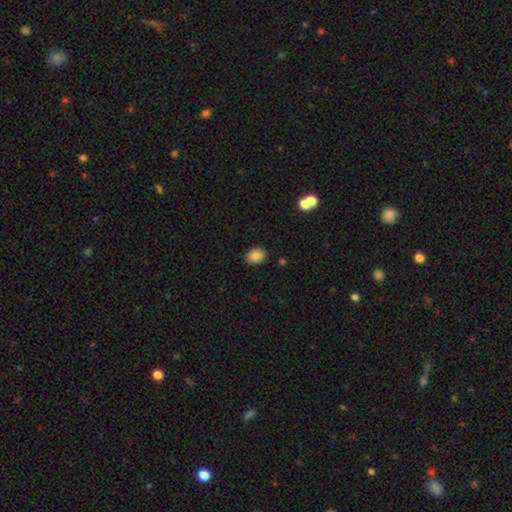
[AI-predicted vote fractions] Smooth or featured: smooth — 85% (star or artifact — 9%)
How rounded: in between — 54% (round — 45%)
Merging: none — 87% (minor disturbance — 10%)